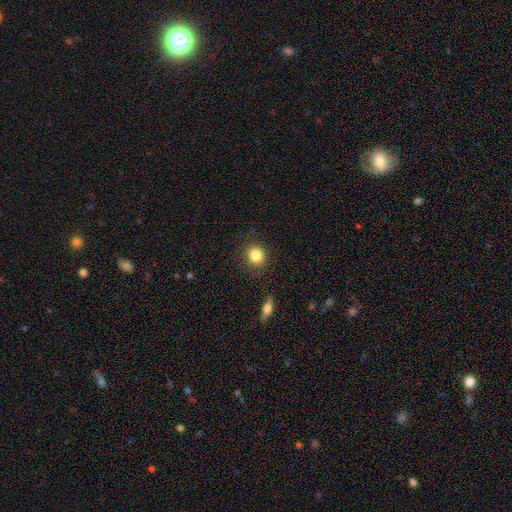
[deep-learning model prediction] This is clearly a smooth galaxy (84%). How rounded: clearly round (83%). Merging: clearly none (88%).